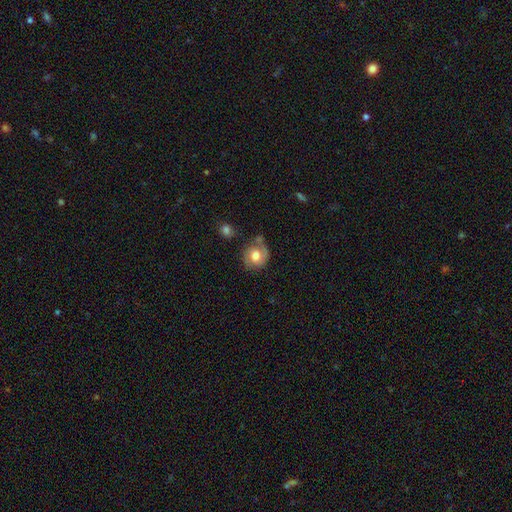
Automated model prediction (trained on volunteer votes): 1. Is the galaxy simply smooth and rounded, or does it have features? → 50% smooth, 42% featured or disk, 8% star or artifact.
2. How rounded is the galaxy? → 76% round, 23% in between, 1% cigar-shaped.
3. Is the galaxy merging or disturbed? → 58% none, 24% minor disturbance, 10% major disturbance, 8% merger.